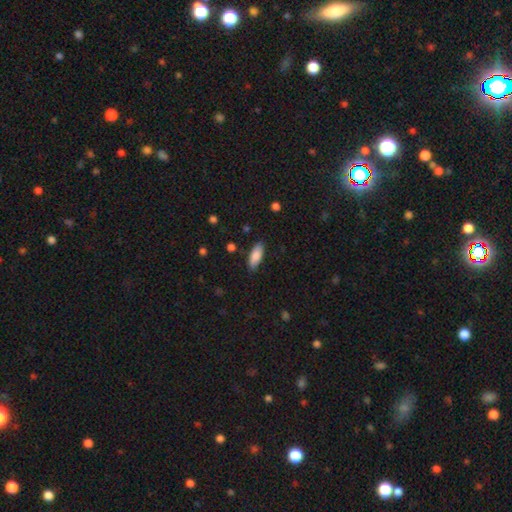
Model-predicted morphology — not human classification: smooth_or_featured: smooth (p=0.86) [alt: featured or disk p=0.08]
how_rounded: in between (p=0.78) [alt: cigar-shaped p=0.20]
merging: none (p=0.84) [alt: minor disturbance p=0.12]